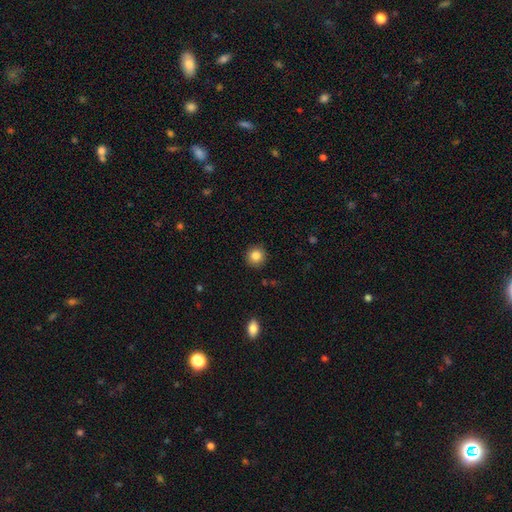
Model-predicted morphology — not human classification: A smooth galaxy with no disk features (83%) that is round (94%). Merging: none (91%).